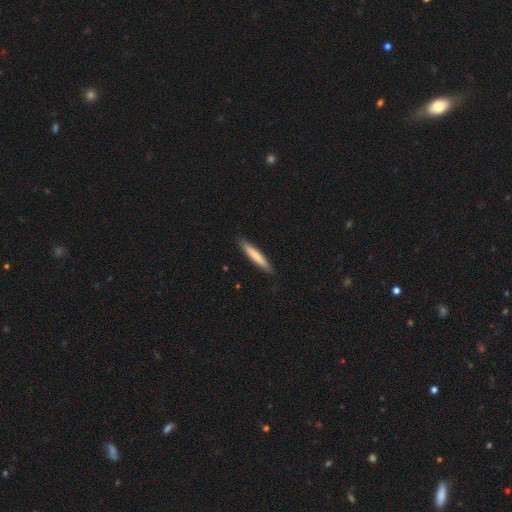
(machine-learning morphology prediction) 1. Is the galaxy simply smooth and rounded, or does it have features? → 73% smooth, 22% featured or disk, 5% star or artifact.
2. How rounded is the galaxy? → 93% cigar-shaped, 6% in between, 1% round.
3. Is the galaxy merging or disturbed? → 89% none, 8% minor disturbance, 1% major disturbance, 1% merger.